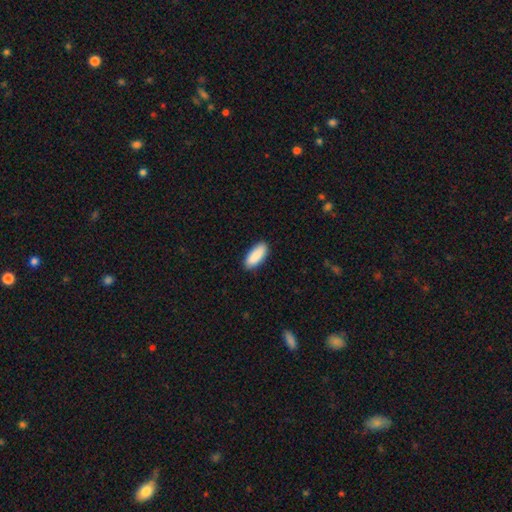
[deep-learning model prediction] This appears to be a smooth galaxy with no disk features (90%) that is in between round and cigar-shaped (80%). Merging: none (88%).